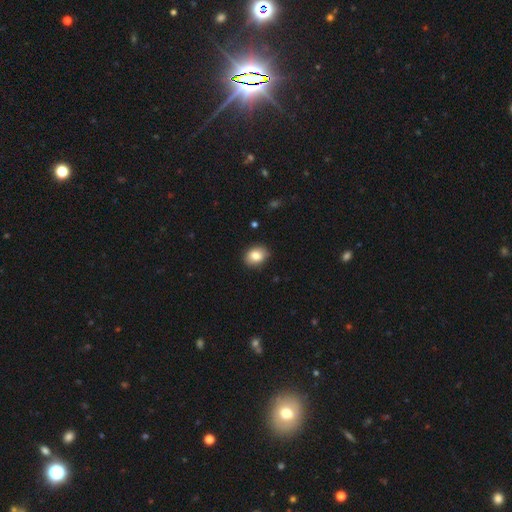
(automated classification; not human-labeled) This appears to be a smooth galaxy with no disk features (83%) that is in between round and cigar-shaped (54%). Merging: none (86%).